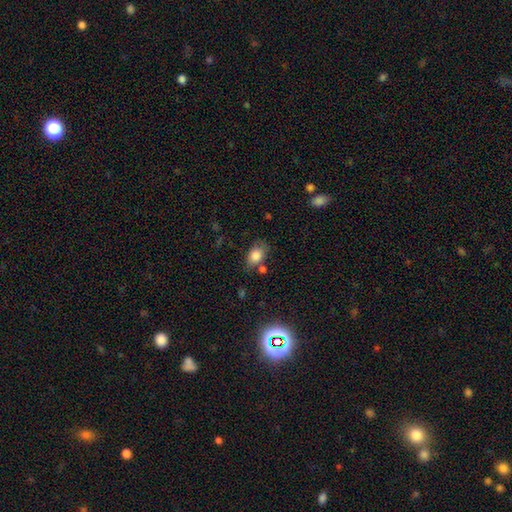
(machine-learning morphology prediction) This is clearly a smooth galaxy (82%). How rounded: clearly in between (80%). Merging: likely none (65%).